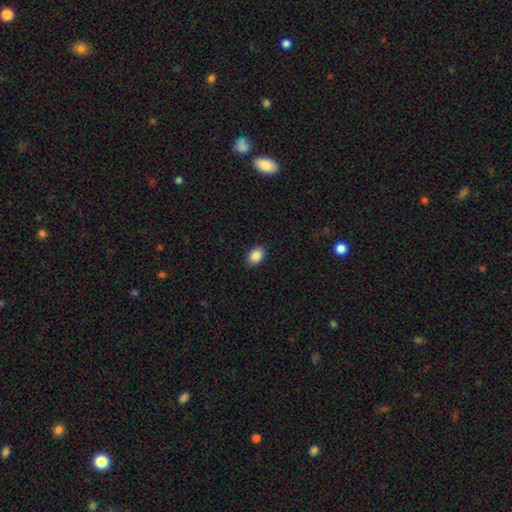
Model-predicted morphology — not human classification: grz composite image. It shows a smooth galaxy with no disk features (88%) that is in between round and cigar-shaped (76%). Merging: none (88%).